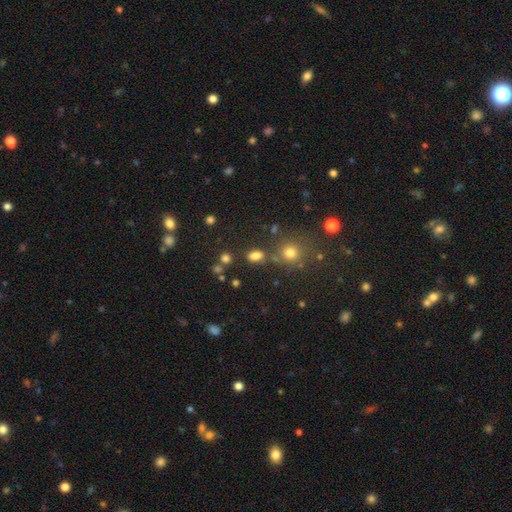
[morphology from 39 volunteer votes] smooth_or_featured: smooth (p=0.85) [alt: star or artifact p=0.10]
how_rounded: in between (p=0.88) [alt: round p=0.12]
merging: none (p=0.77) [alt: minor disturbance p=0.14]